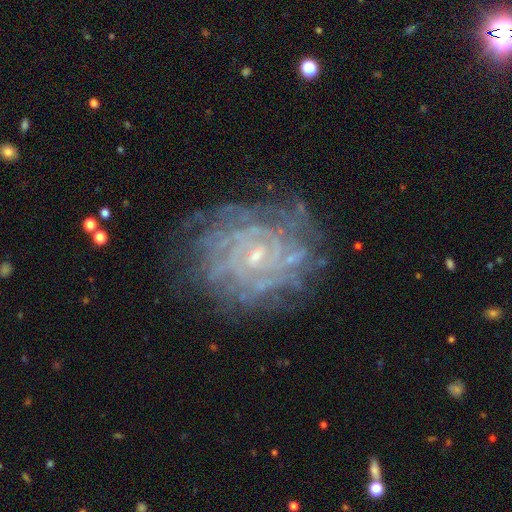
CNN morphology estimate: smooth-or-featured: featured or disk: 82% | star or artifact: 9% | smooth: 8%
  disk-edge-on: no: 97% | yes: 3%
    bar: no: 64% | weak: 28% | strong: 7%
    has-spiral-arms: yes: 90% | no: 10%
      spiral-winding: tight: 77% | medium: 18% | loose: 5%
      spiral-arm-count: can't tell: 44% | more than 4: 17% | 4: 13% | 3: 10% | 2: 9% | 1: 7%
    bulge-size: small: 79% | moderate: 16% | none: 4% | large: 1% | dominant: 1%
  merging: none: 75% | minor disturbance: 15% | major disturbance: 8% | merger: 2%